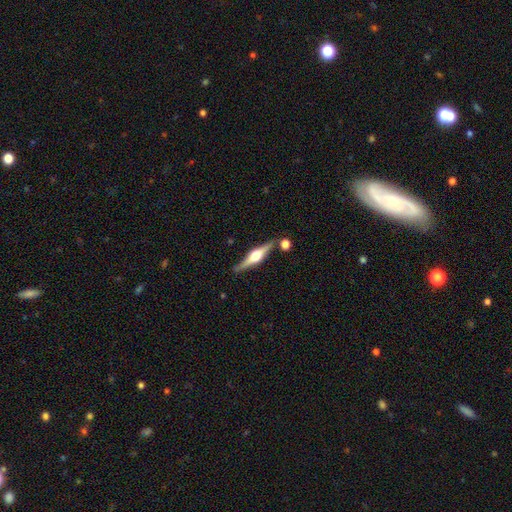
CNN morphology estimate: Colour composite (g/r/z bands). It shows a featured or disk galaxy (79%) viewed edge-on (98%) with a rounded central bulge (93%). Merging: none (83%).